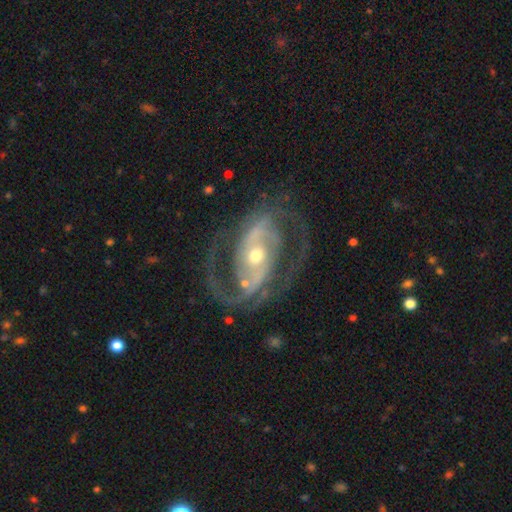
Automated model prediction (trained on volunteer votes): Morphology: type=featured or disk (90%); edge-on=no (96%); bar=no (39%); spiral arms=yes (94%); winding=medium (53%); arm count=2 (84%); bulge=moderate (62%); merging=none (73%).